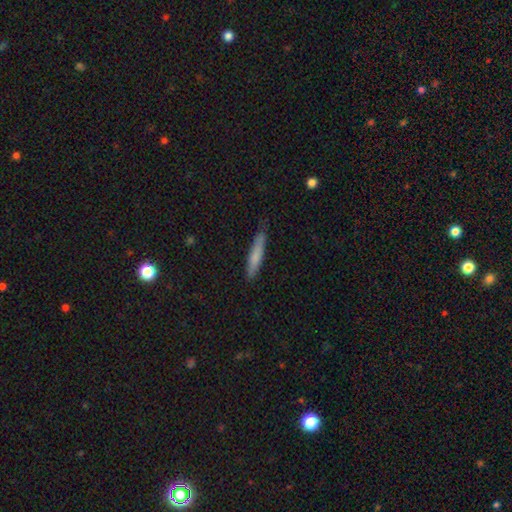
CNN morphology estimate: The model was most divided on "smooth or featured": smooth: 73%, featured or disk: 21%, star or artifact: 6%. More confident: how rounded — cigar-shaped (91%); merging — none (80%).